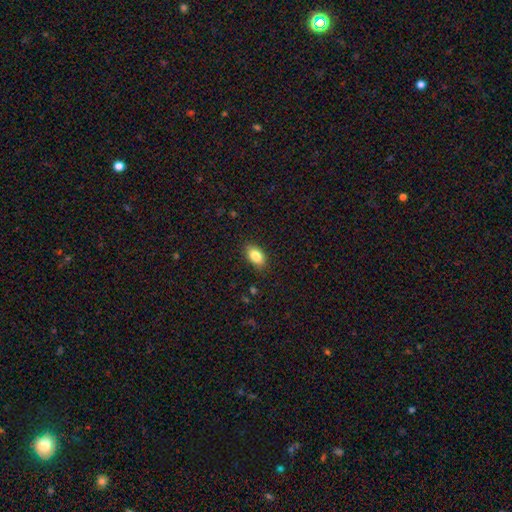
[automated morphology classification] Overall: smooth (84%). How rounded: in between (91%). Merging: none (87%).